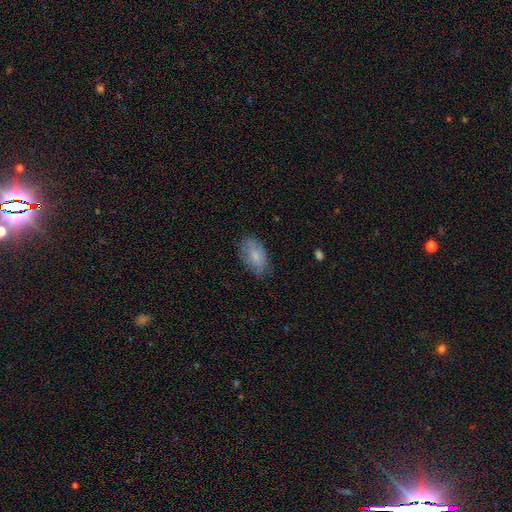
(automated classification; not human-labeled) smooth-or-featured: smooth: 77% | featured or disk: 16% | star or artifact: 7%
  how-rounded: in between: 92% | round: 5% | cigar-shaped: 3%
  merging: none: 72% | minor disturbance: 21% | major disturbance: 5% | merger: 1%